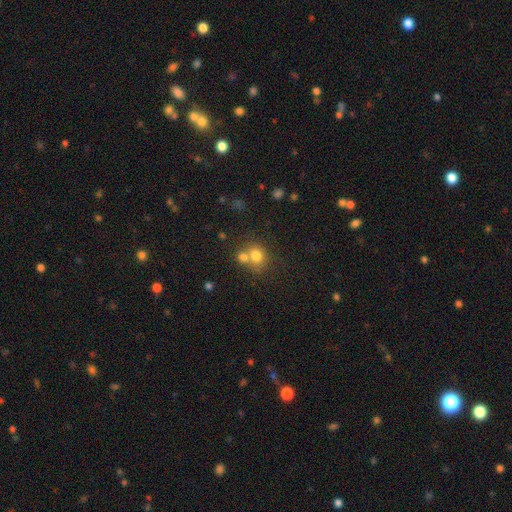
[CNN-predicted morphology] The model was most divided on "merging": merger: 46%, none: 42%, minor disturbance: 8%, major disturbance: 4%. More confident: smooth or featured — smooth (76%); how rounded — round (72%).